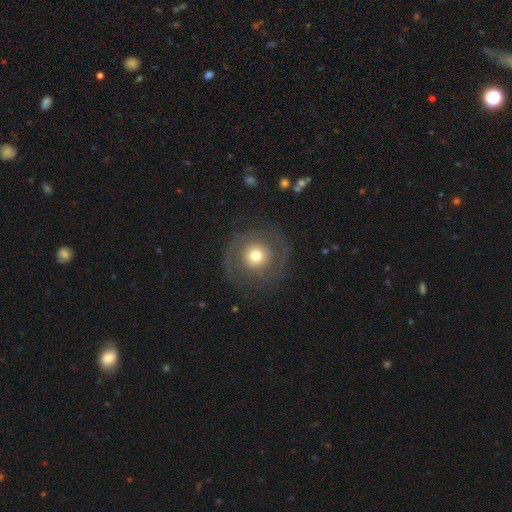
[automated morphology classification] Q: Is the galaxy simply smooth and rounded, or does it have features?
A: smooth — 45%, tied with featured or disk.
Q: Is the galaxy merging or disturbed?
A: none — 79%.